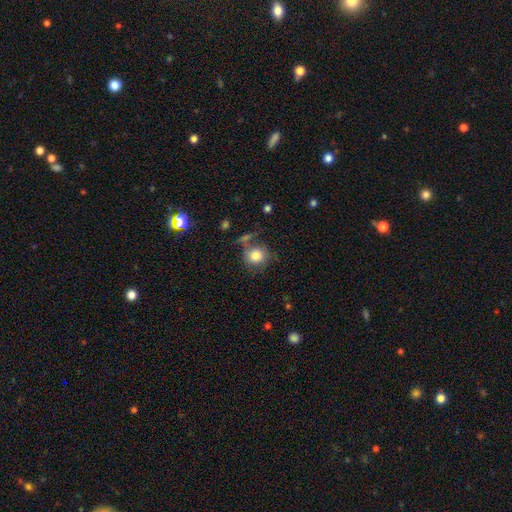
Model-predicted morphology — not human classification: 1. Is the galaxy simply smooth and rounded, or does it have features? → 81% smooth, 11% featured or disk, 9% star or artifact.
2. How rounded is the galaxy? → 85% round, 14% in between, 1% cigar-shaped.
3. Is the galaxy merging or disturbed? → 61% none, 18% minor disturbance, 13% merger, 9% major disturbance.